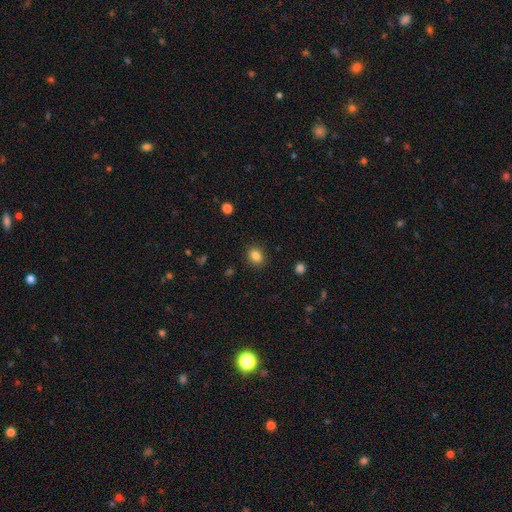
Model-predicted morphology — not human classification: Overall: smooth (84%). How rounded: round (62%; in between 37%). Merging: none (89%).